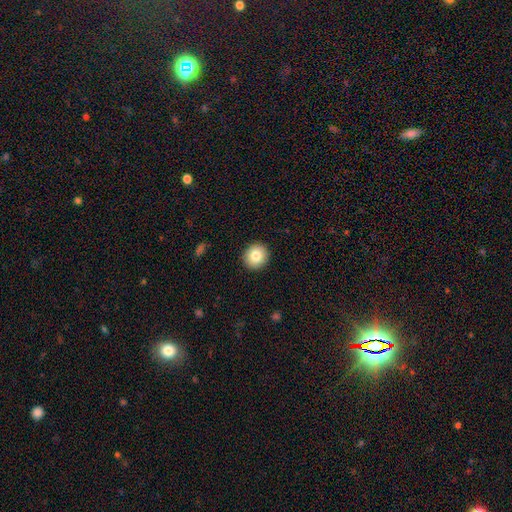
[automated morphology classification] The model was most divided on "smooth or featured": smooth: 82%, star or artifact: 9%, featured or disk: 9%. More confident: merging — none (92%); how rounded — round (89%).